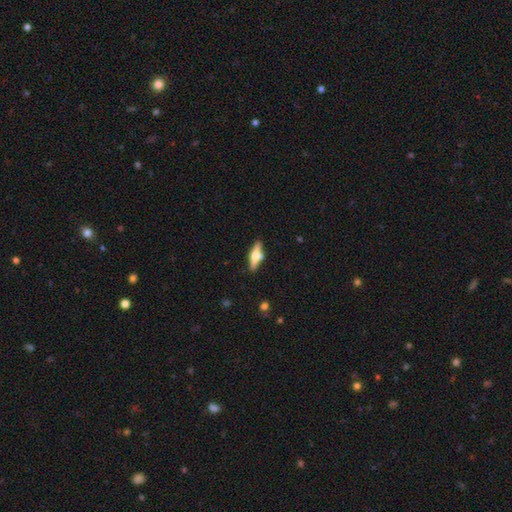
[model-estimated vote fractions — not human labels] Overall: featured or disk (57%; smooth 36%). Edge-on disk: yes (94%). Edge-on bulge: rounded (90%). Merging: none (75%).